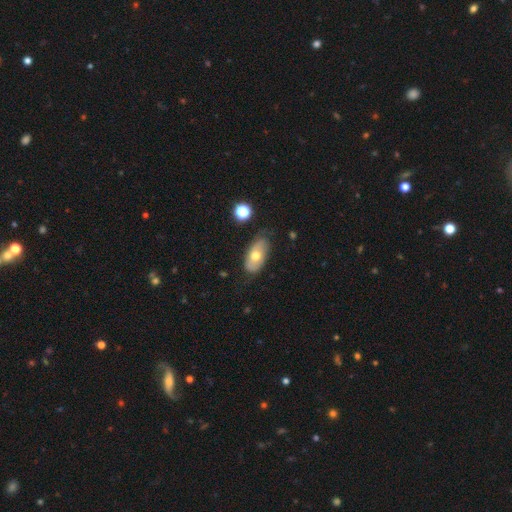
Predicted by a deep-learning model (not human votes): smooth_or_featured: smooth (p=0.57) [alt: featured or disk p=0.36]
how_rounded: in between (p=0.91) [alt: round p=0.05]
merging: none (p=0.67) [alt: minor disturbance p=0.25]